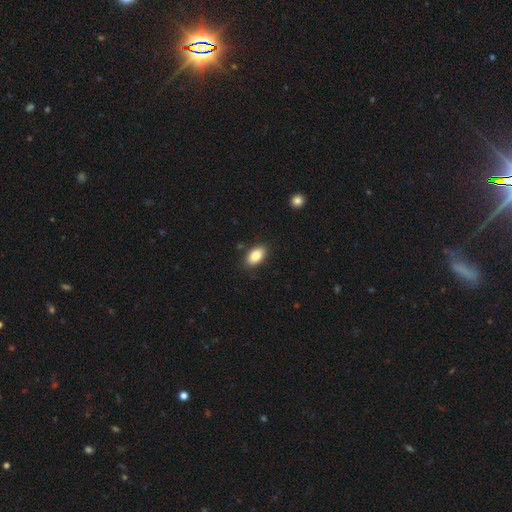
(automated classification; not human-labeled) Smooth or featured?
  - smooth: 85% *
  - featured or disk: 8%
  - star or artifact: 7%
How rounded?
  - in between: 93% *
  - round: 5%
  - cigar-shaped: 2%
Merging?
  - none: 87% *
  - minor disturbance: 9%
  - major disturbance: 2%
  - merger: 2%